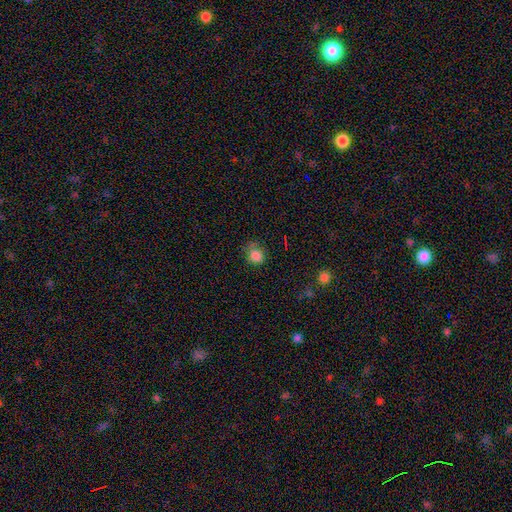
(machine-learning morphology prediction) A smooth galaxy with no disk features (82%) that is round (78%). Merging: none (62%).